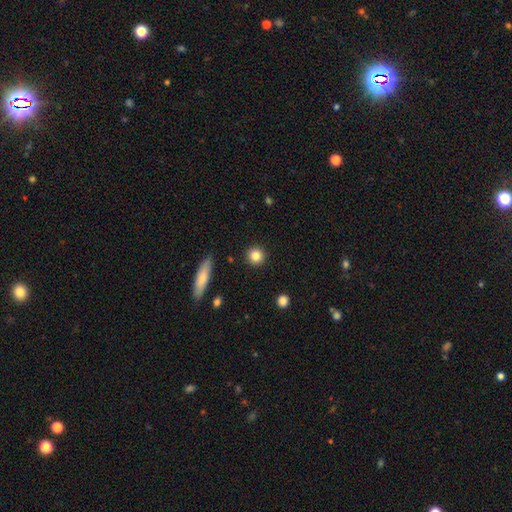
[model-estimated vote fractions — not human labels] Smooth or featured?
  - smooth: 83% *
  - star or artifact: 10%
  - featured or disk: 7%
How rounded?
  - round: 92% *
  - in between: 6%
  - cigar-shaped: 1%
Merging?
  - none: 91% *
  - minor disturbance: 6%
  - major disturbance: 2%
  - merger: 1%